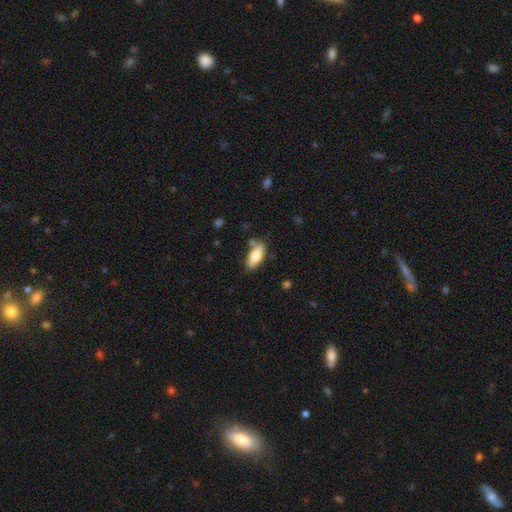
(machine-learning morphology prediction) Smooth or featured?
  - smooth: 75% *
  - featured or disk: 18%
  - star or artifact: 6%
How rounded?
  - in between: 80% *
  - cigar-shaped: 17%
  - round: 2%
Merging?
  - none: 71% *
  - minor disturbance: 17%
  - merger: 8%
  - major disturbance: 4%